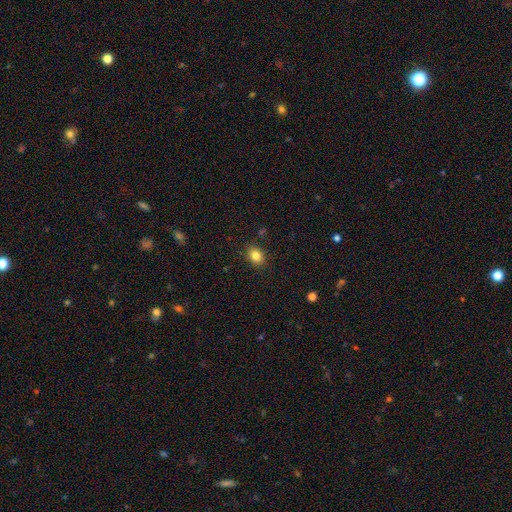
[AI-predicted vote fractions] Smooth or featured? smooth (83%)
How rounded? in between (57%)
Merging? none (87%)